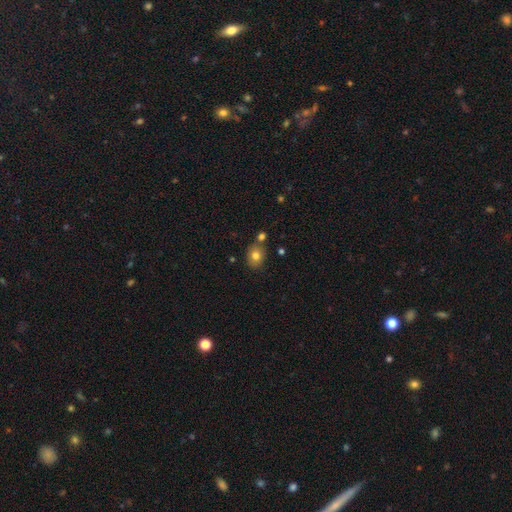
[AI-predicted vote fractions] Q: Smooth or featured?
A: smooth (79%); runner-up: star or artifact (11%)
Q: How rounded?
A: round (58%); runner-up: in between (41%)
Q: Merging?
A: none (72%); runner-up: merger (13%)